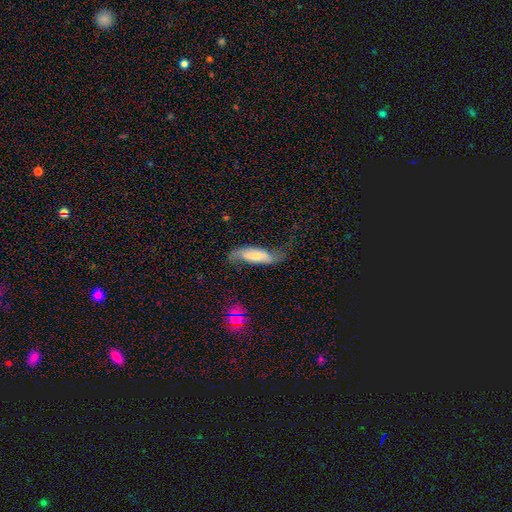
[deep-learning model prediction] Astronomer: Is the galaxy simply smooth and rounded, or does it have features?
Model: smooth — 53% (runner-up: featured or disk, 40%).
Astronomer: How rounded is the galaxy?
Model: in between — 56% (runner-up: cigar-shaped, 42%).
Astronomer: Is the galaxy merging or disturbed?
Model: none — 41% (runner-up: minor disturbance, 31%).